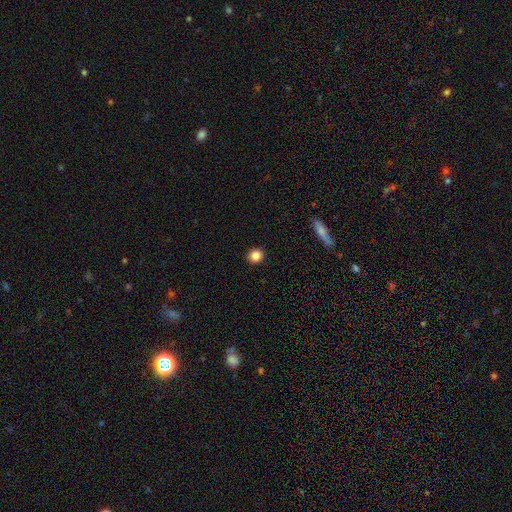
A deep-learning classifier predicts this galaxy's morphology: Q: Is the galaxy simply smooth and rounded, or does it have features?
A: smooth — 85%.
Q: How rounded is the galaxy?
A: round — 90%.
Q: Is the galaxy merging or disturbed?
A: none — 92%.